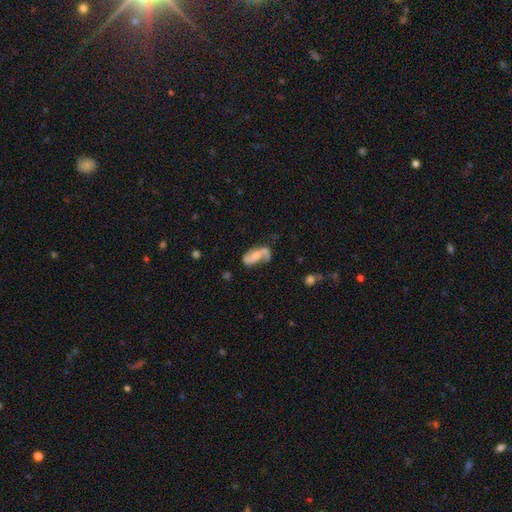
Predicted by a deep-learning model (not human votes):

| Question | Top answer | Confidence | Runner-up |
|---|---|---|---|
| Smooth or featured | featured or disk | 73% | smooth (19%) |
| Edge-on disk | no | 96% | yes (4%) |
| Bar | no | 48% | weak (37%) |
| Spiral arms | yes | 91% | no (9%) |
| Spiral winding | loose | 58% | medium (32%) |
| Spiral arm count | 2 | 86% | 1 (7%) |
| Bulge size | none | 37% | small (25%) |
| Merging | none | 51% | minor disturbance (22%) |